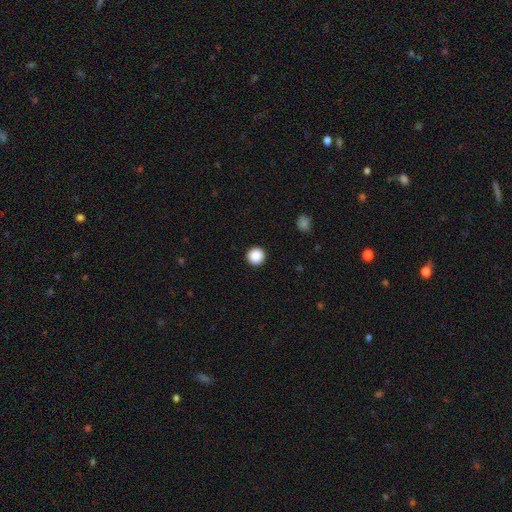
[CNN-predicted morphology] Smooth or featured?
  - smooth: 88% *
  - star or artifact: 9%
  - featured or disk: 3%
How rounded?
  - round: 96% *
  - in between: 3%
  - cigar-shaped: 1%
Merging?
  - none: 93% *
  - minor disturbance: 4%
  - major disturbance: 2%
  - merger: 1%